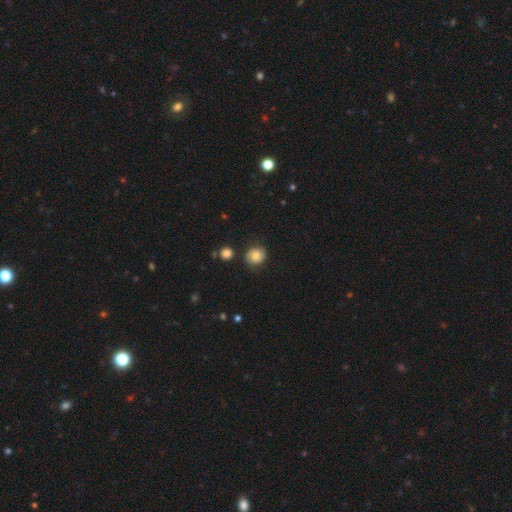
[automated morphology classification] smooth 55%, featured or disk 34%, star or artifact 11%. Down the decision tree: how rounded — round (79%); merging — none (77%).